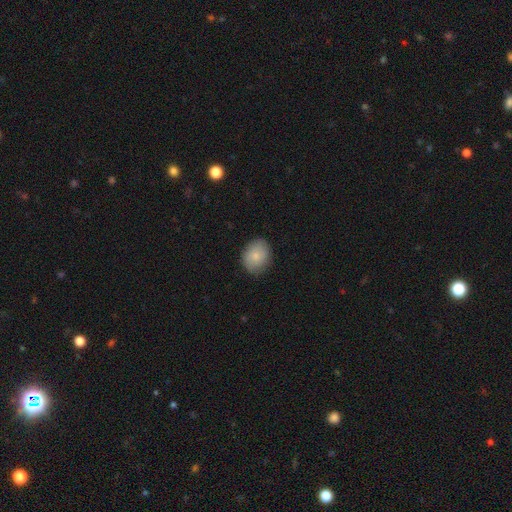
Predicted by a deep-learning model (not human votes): Smooth or featured? smooth (80%)
How rounded? in between (51%)
Merging? none (82%)